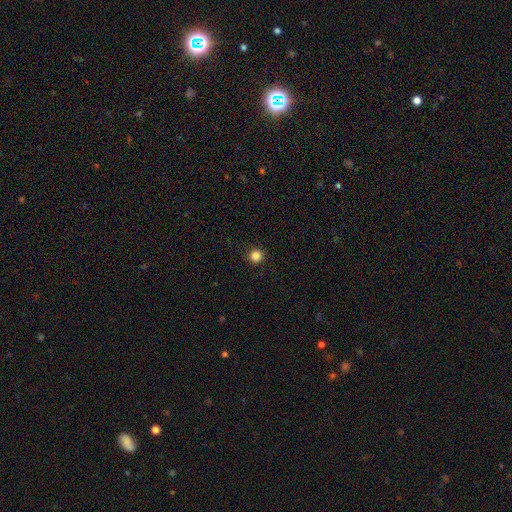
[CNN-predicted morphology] Smooth or featured? smooth (85%)
How rounded? round (96%)
Merging? none (93%)